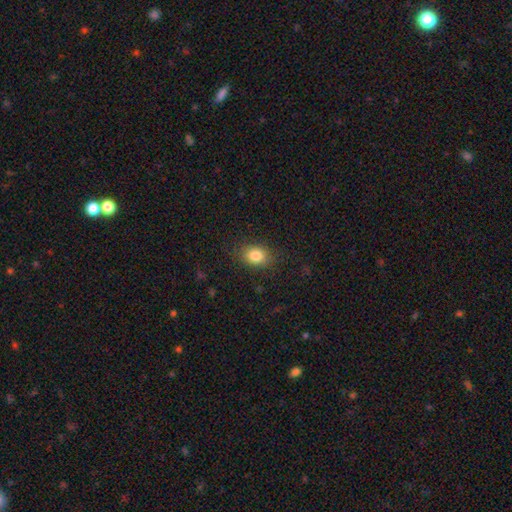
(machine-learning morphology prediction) Smooth or featured? smooth (83%)
How rounded? in between (65%)
Merging? none (84%)